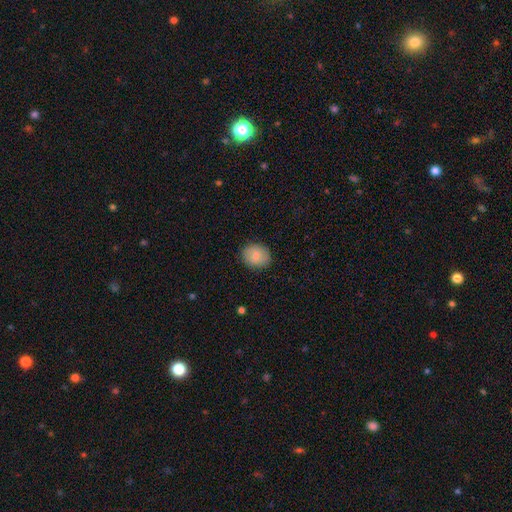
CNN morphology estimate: smooth 78%, featured or disk 14%, star or artifact 7%. Down the decision tree: how rounded — round (61%); merging — none (88%).